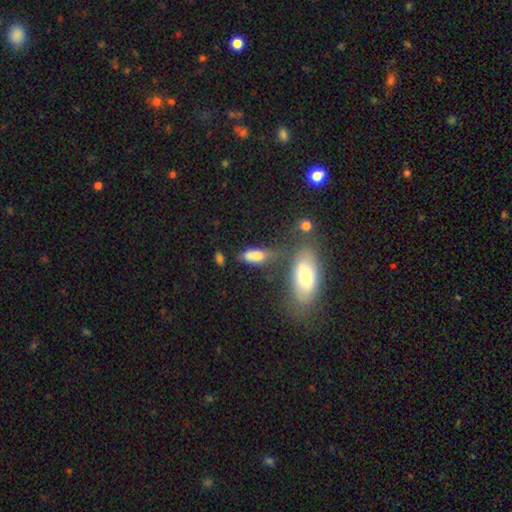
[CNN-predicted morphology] smooth 77%, featured or disk 14%, star or artifact 9%. Down the decision tree: how rounded — in between (76%); merging — none (40%).